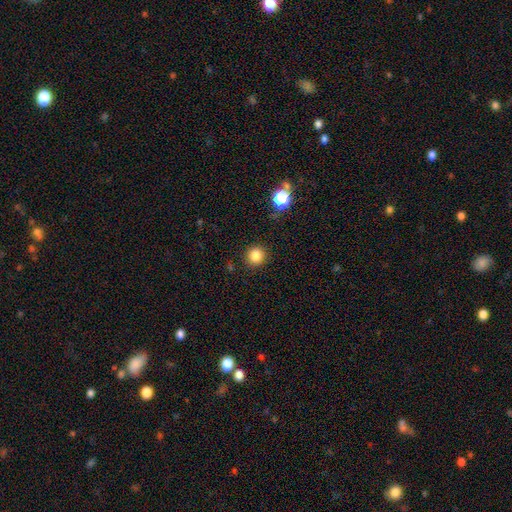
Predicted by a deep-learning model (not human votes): A smooth galaxy with no disk features (84%) that is round (94%). Merging: none (91%).